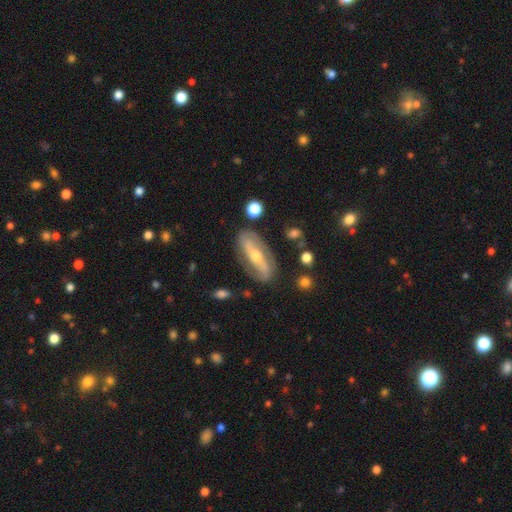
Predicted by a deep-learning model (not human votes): Q: Smooth or featured?
A: featured or disk (75%); runner-up: smooth (19%)
Q: Edge-on disk?
A: no (81%); runner-up: yes (19%)
Q: Bar?
A: strong (50%); runner-up: no (28%)
Q: Spiral arms?
A: yes (76%); runner-up: no (24%)
Q: Bulge size?
A: moderate (56%); runner-up: small (38%)
Q: Merging?
A: none (78%); runner-up: minor disturbance (14%)